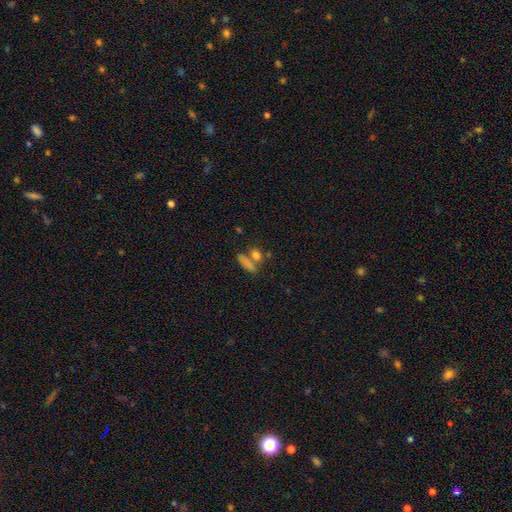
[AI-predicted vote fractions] smooth 79%, star or artifact 11%, featured or disk 10%. Down the decision tree: how rounded — in between (52%); merging — none (54%).